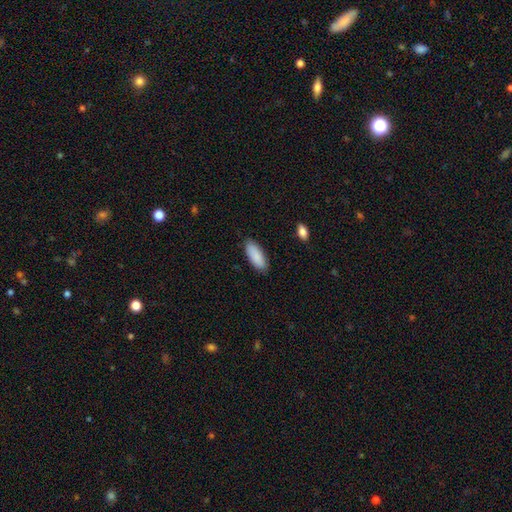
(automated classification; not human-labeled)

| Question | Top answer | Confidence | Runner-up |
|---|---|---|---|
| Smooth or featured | smooth | 89% | star or artifact (6%) |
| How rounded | in between | 76% | cigar-shaped (23%) |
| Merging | none | 86% | minor disturbance (10%) |